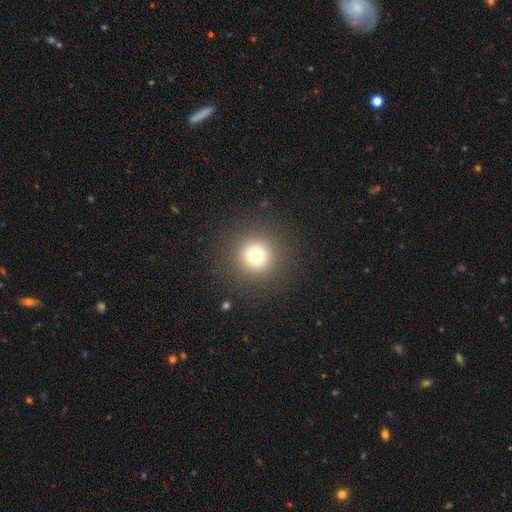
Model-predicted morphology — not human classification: Smooth or featured? Predicted: smooth (p=0.75). How rounded? Predicted: round (p=0.96). Merging? Predicted: none (p=0.90).